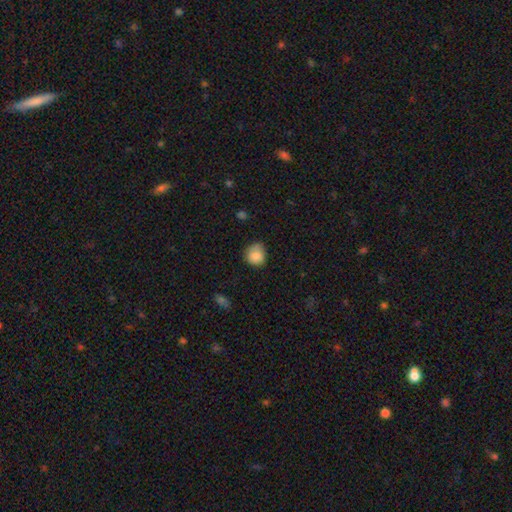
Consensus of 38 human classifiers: smooth 87%, star or artifact 8%, featured or disk 5%. Down the decision tree: how rounded — round (67%); merging — none (51%).